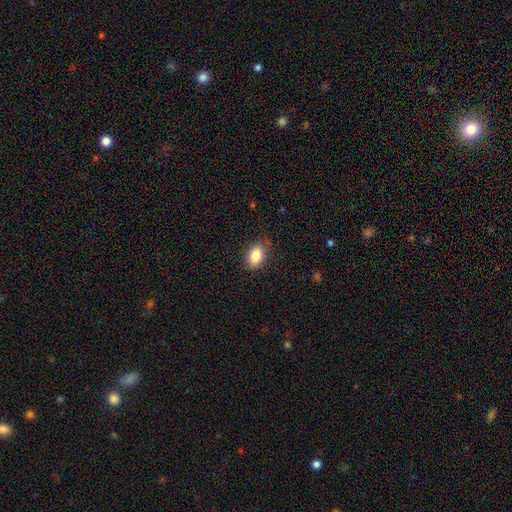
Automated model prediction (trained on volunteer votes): Morphology: type=smooth (85%); roundness=in between (85%); merging=none (83%).